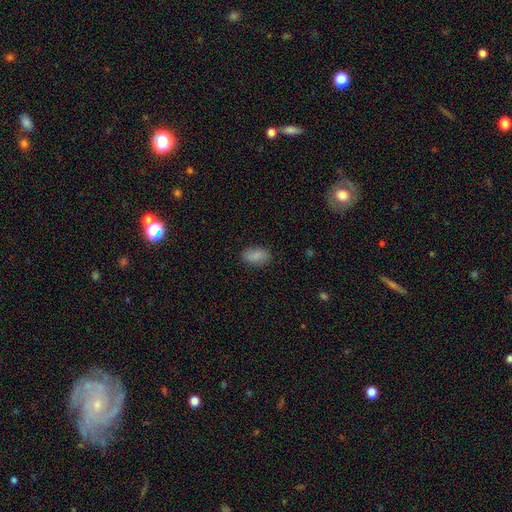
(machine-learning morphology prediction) Smooth or featured? smooth (86%)
How rounded? in between (92%)
Merging? none (84%)